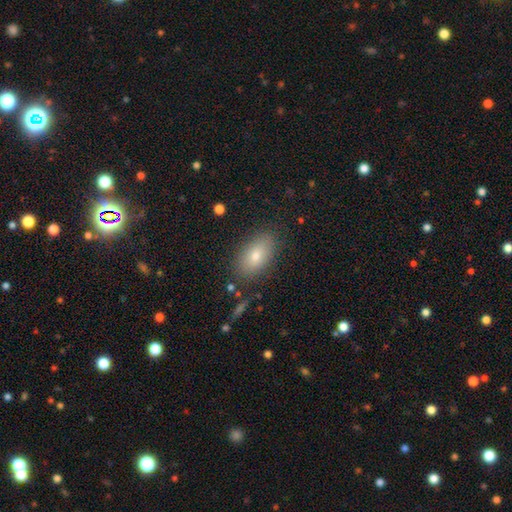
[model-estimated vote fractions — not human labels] Morphology: type=smooth (76%); roundness=in between (90%); merging=none (85%).